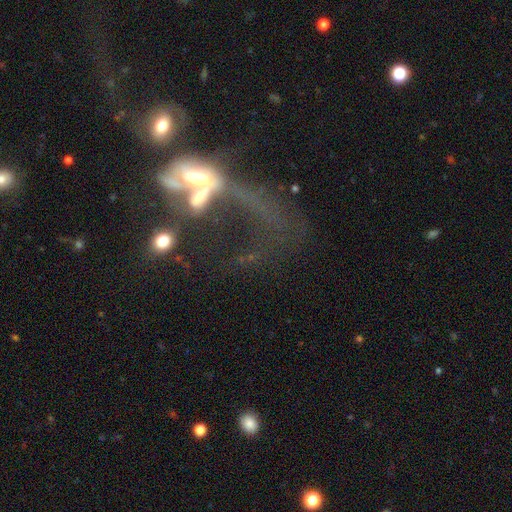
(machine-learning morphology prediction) Smooth or featured? Predicted: featured or disk (p=0.54). Edge-on disk? Predicted: no (p=0.88). Merging? Predicted: merger (p=0.53).